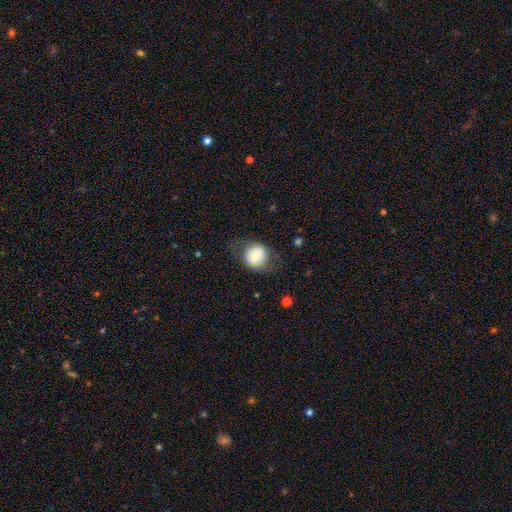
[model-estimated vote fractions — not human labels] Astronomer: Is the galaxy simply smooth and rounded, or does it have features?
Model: smooth — 70%.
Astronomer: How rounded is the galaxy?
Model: round — 81%.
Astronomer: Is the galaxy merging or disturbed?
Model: none — 65%.